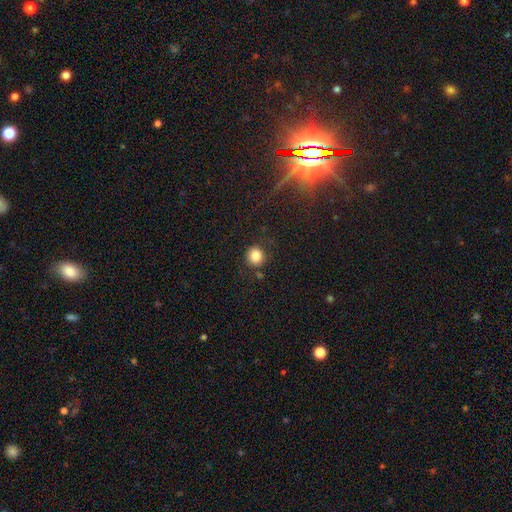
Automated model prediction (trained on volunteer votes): Overall: smooth (83%). How rounded: round (88%). Merging: none (82%).